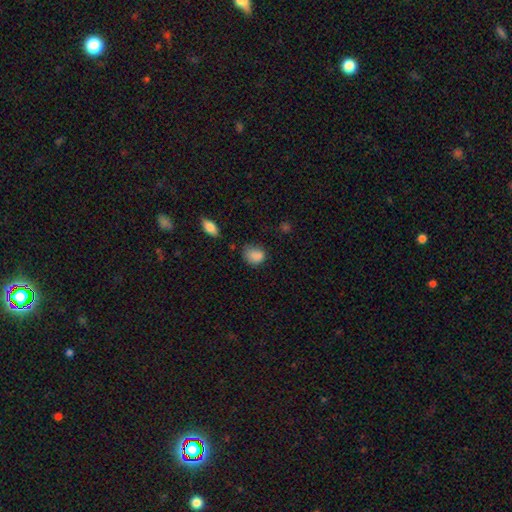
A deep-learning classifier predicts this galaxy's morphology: Smooth or featured?
  - smooth: 85% *
  - star or artifact: 10%
  - featured or disk: 5%
How rounded?
  - round: 54% *
  - in between: 45%
  - cigar-shaped: 1%
Merging?
  - none: 54% *
  - minor disturbance: 34%
  - major disturbance: 9%
  - merger: 4%